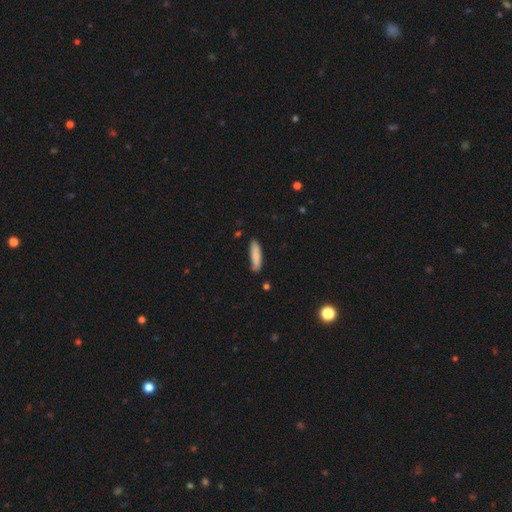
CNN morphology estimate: This is clearly a smooth galaxy (84%). How rounded: likely cigar-shaped (74%). Merging: clearly none (80%).